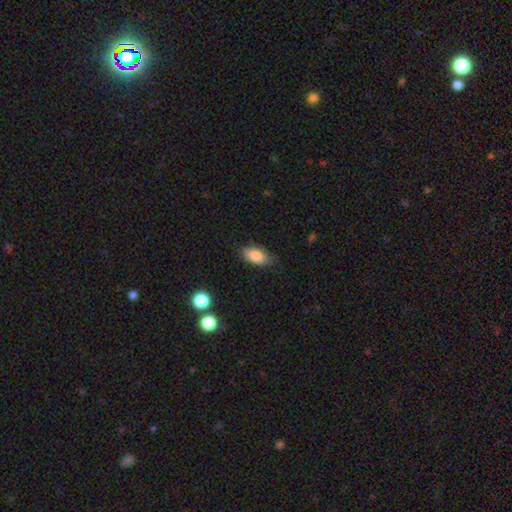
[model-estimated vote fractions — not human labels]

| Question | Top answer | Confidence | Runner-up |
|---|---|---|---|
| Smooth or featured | smooth | 83% | featured or disk (10%) |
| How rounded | in between | 90% | cigar-shaped (6%) |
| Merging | none | 80% | minor disturbance (16%) |